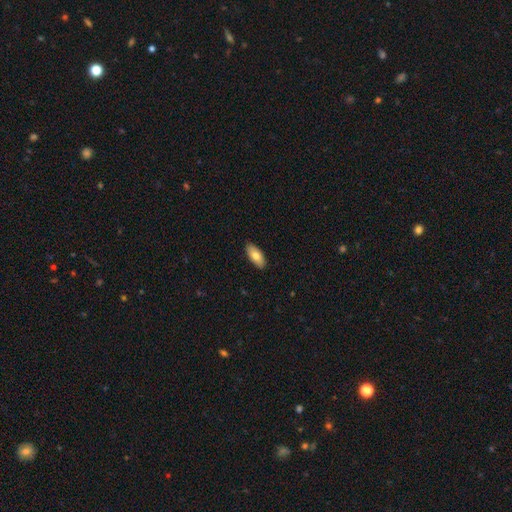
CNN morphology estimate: Smooth or featured? smooth (76%)
How rounded? in between (90%)
Merging? none (89%)